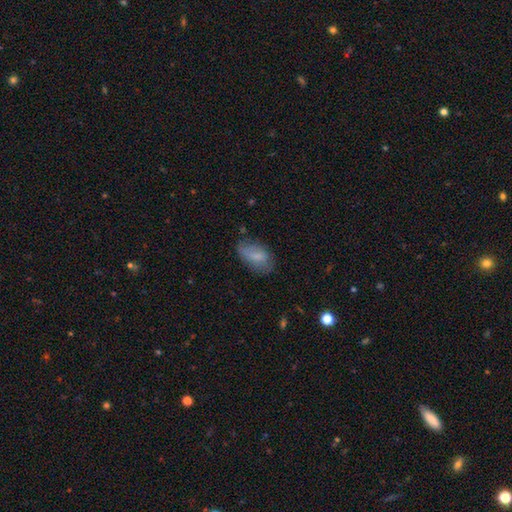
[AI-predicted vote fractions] This appears to be a smooth galaxy with no disk features (72%) that is in between round and cigar-shaped (92%). Merging: none (62%).